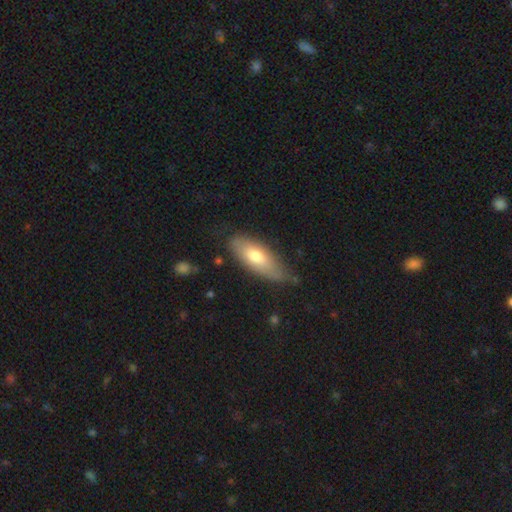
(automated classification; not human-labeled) Smooth or featured: smooth — 68% (featured or disk — 26%)
How rounded: in between — 74% (cigar-shaped — 24%)
Merging: none — 64% (minor disturbance — 28%)